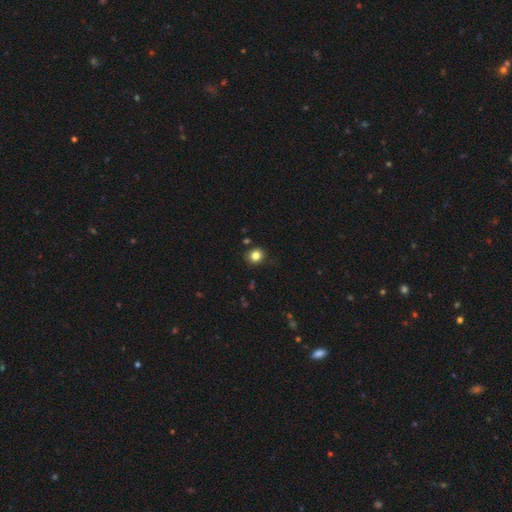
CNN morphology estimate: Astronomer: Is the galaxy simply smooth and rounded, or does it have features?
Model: smooth — 82%.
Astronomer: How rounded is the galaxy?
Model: round — 75%.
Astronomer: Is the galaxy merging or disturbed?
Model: none — 85%.